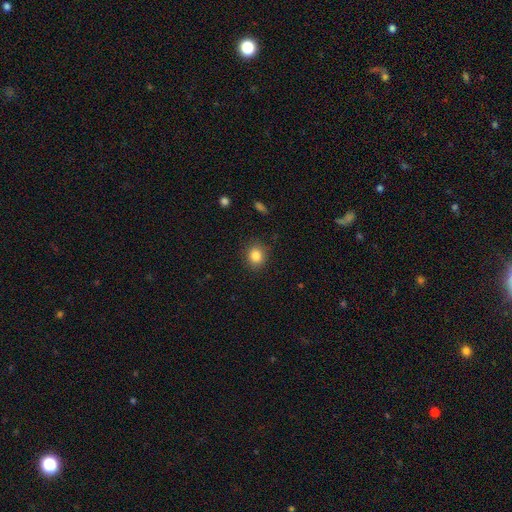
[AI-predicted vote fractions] Smooth or featured: smooth — 85% (star or artifact — 10%)
How rounded: round — 78% (in between — 21%)
Merging: none — 88% (minor disturbance — 8%)